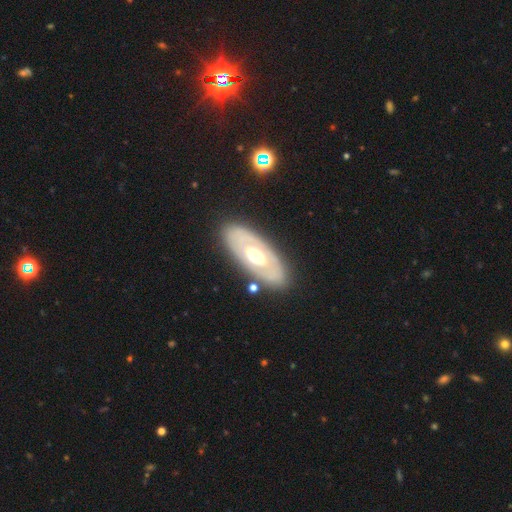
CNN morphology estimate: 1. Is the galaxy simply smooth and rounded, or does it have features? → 62% featured or disk, 33% smooth, 5% star or artifact.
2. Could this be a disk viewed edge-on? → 83% no, 17% yes.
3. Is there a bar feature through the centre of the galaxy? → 83% no, 12% weak, 5% strong.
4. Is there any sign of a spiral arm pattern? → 86% no, 14% yes.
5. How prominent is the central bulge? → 64% moderate, 29% large, 5% small, 2% dominant, 1% none.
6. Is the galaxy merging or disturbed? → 83% none, 11% minor disturbance, 4% major disturbance, 2% merger.